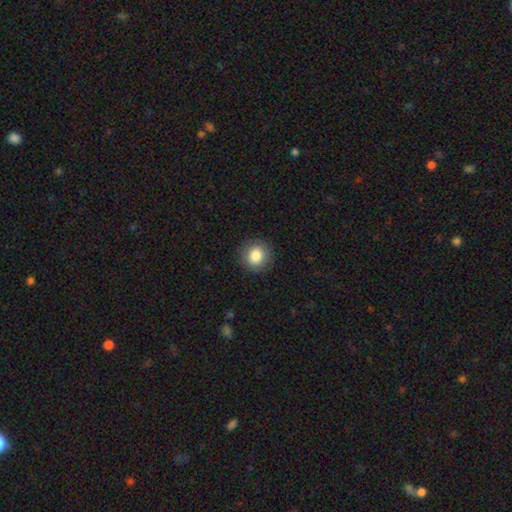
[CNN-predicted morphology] Overall: smooth (84%). How rounded: round (91%). Merging: none (90%).